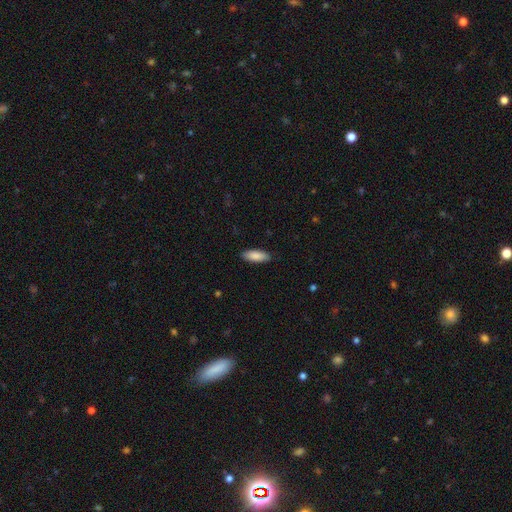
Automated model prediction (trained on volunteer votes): This appears to be a smooth galaxy with no disk features (88%) that is in between round and cigar-shaped (72%). Merging: none (88%).